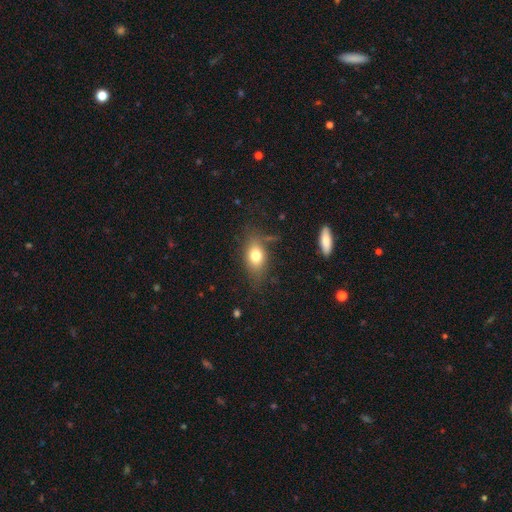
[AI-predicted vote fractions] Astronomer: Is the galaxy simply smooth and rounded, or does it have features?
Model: smooth — 75%.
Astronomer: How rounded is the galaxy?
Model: in between — 78%.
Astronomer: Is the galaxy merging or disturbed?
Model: none — 70%.